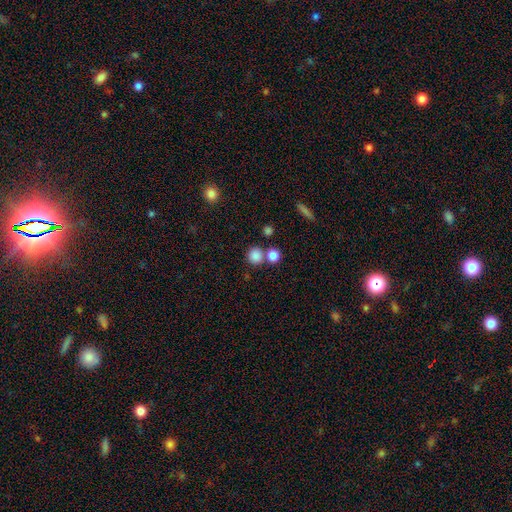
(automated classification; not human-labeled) Morphology: type=smooth (84%); roundness=round (90%); merging=none (66%).